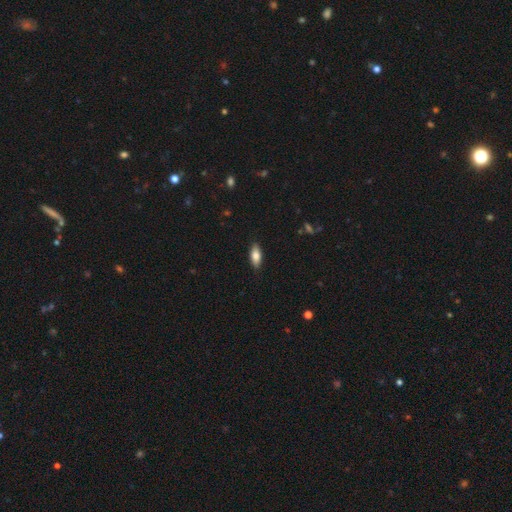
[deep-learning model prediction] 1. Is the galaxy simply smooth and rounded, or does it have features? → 78% smooth, 16% featured or disk, 6% star or artifact.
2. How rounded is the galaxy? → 81% in between, 17% cigar-shaped, 2% round.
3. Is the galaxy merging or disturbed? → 89% none, 9% minor disturbance, 2% major disturbance, 1% merger.